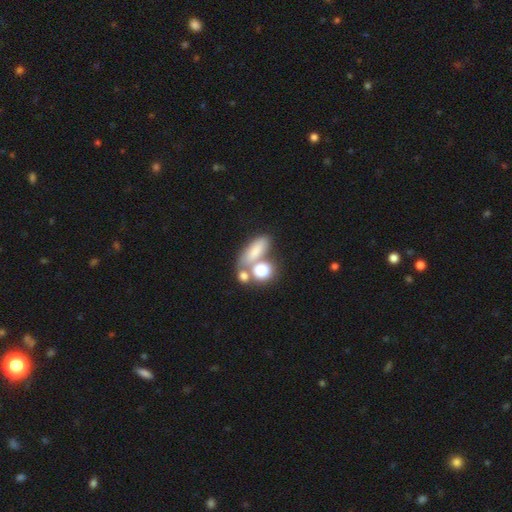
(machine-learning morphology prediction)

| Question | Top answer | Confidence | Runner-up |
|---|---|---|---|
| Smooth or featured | smooth | 67% | featured or disk (19%) |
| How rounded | in between | 66% | round (21%) |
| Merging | merger | 46% | none (34%) |